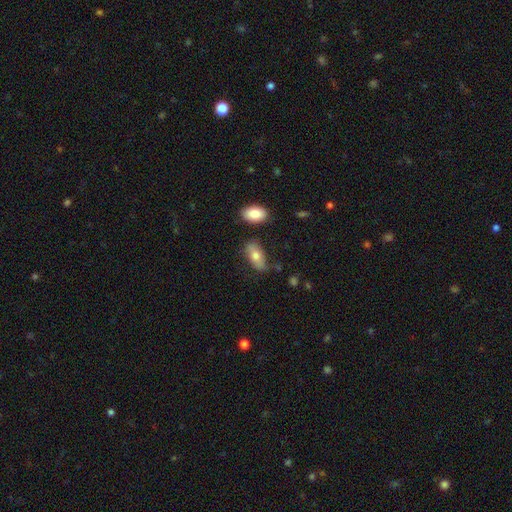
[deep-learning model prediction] Smooth or featured?
  - smooth: 73% *
  - featured or disk: 20%
  - star or artifact: 7%
How rounded?
  - in between: 90% *
  - cigar-shaped: 6%
  - round: 4%
Merging?
  - none: 66% *
  - minor disturbance: 22%
  - major disturbance: 6%
  - merger: 5%